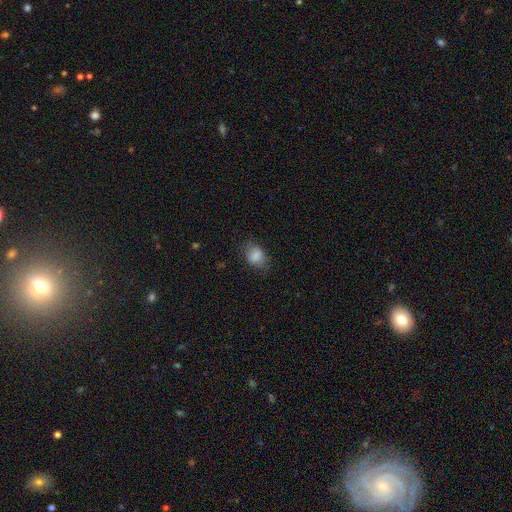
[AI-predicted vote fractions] smooth-or-featured: smooth: 83% | featured or disk: 8% | star or artifact: 8%
  how-rounded: in between: 69% | round: 29% | cigar-shaped: 1%
  merging: none: 71% | minor disturbance: 21% | major disturbance: 7% | merger: 1%